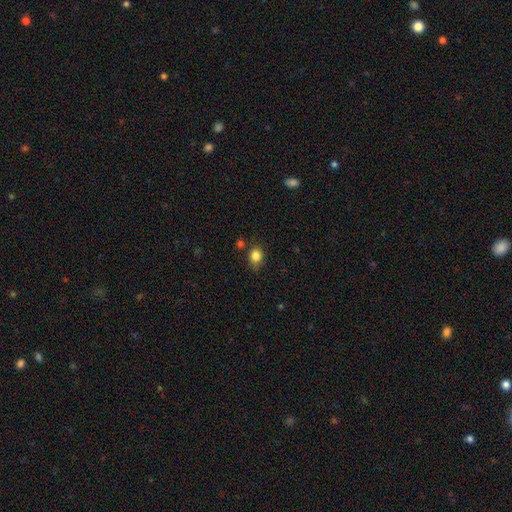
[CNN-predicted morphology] Smooth or featured?
  - smooth: 84% *
  - star or artifact: 11%
  - featured or disk: 5%
How rounded?
  - round: 59% *
  - in between: 40%
  - cigar-shaped: 1%
Merging?
  - none: 74% *
  - minor disturbance: 17%
  - merger: 5%
  - major disturbance: 4%